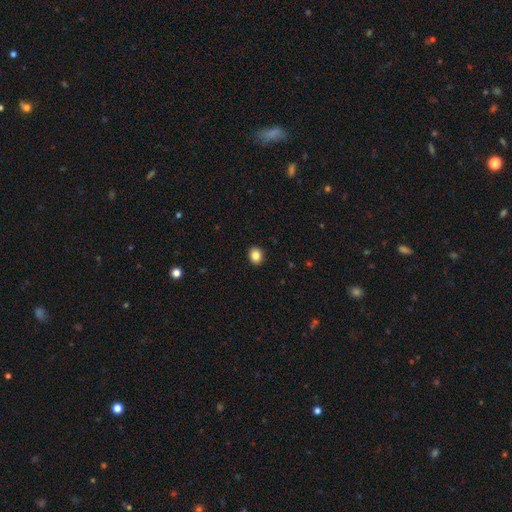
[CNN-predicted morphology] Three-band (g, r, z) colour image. It shows a smooth galaxy with no disk features (85%) that is round (65%). Merging: none (92%).